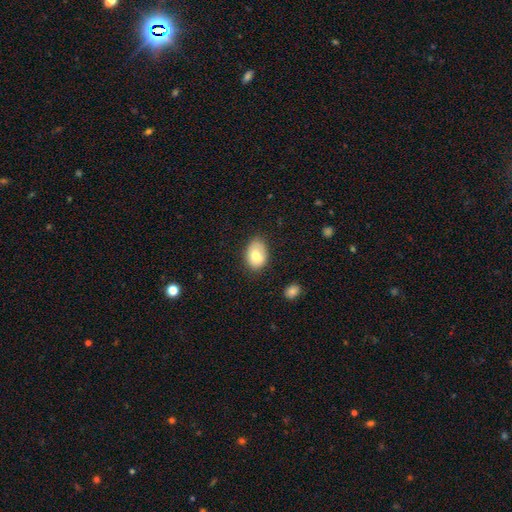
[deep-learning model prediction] Morphology: type=smooth (72%); roundness=in between (81%); merging=none (66%).